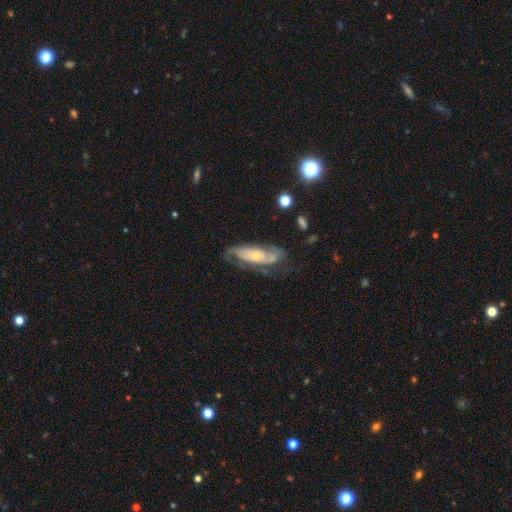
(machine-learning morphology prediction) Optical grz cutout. It shows a featured or disk galaxy (73%) with no bar (72%), 2 (60%) tight (41%) spiral arms (86%) and a small central bulge (64%). Merging: none (57%).